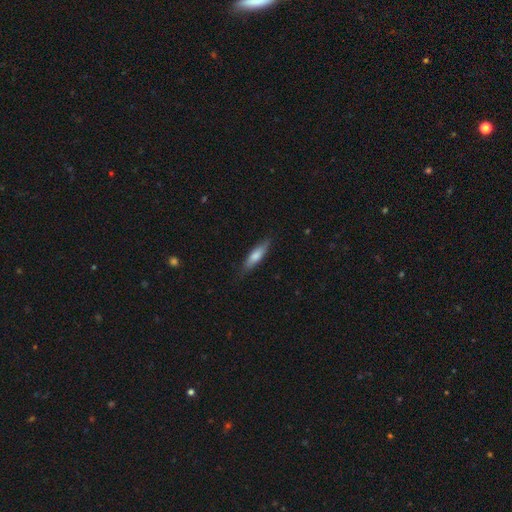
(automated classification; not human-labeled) A smooth galaxy with no disk features (73%) that is cigar-shaped (68%). Merging: none (81%).